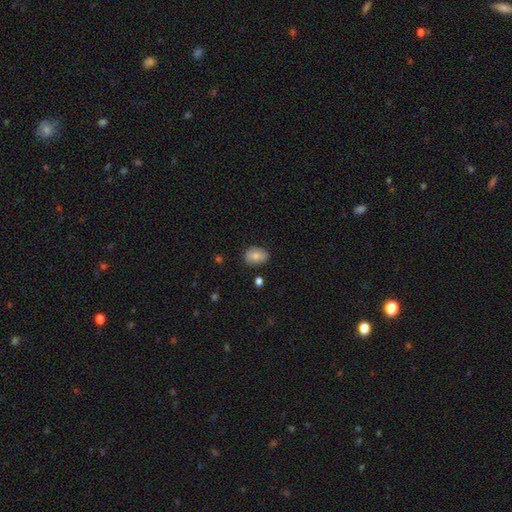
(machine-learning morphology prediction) Smooth or featured?
  - smooth: 77% *
  - featured or disk: 15%
  - star or artifact: 8%
How rounded?
  - in between: 73% *
  - round: 26%
  - cigar-shaped: 1%
Merging?
  - none: 80% *
  - minor disturbance: 15%
  - major disturbance: 3%
  - merger: 2%